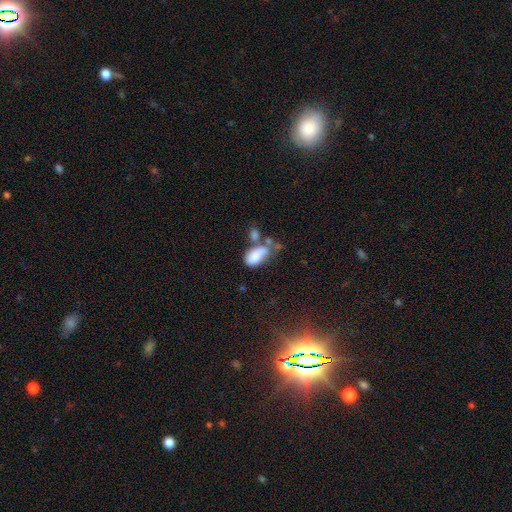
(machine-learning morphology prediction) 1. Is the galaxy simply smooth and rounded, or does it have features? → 73% smooth, 19% featured or disk, 9% star or artifact.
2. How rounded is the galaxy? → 90% in between, 7% round, 2% cigar-shaped.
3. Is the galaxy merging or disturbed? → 44% merger, 20% none, 18% minor disturbance, 18% major disturbance.